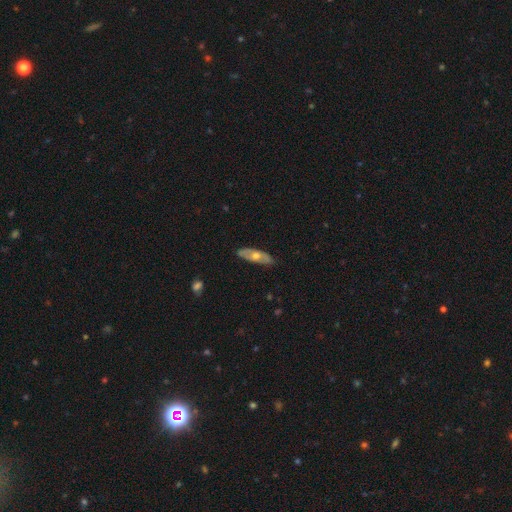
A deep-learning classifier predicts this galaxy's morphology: featured or disk 50%, smooth 45%, star or artifact 6%. Down the decision tree: merging — none (85%).